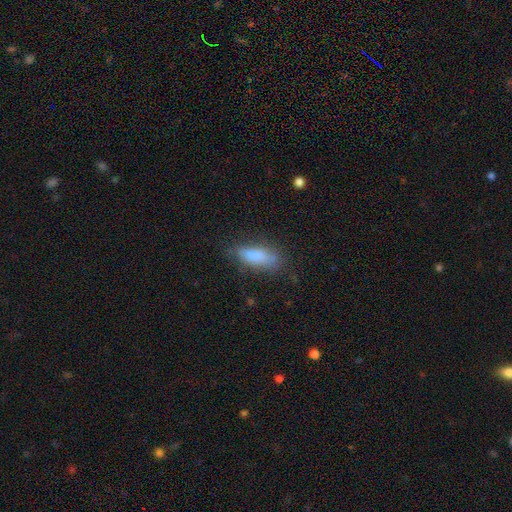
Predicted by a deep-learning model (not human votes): A smooth galaxy with no disk features (78%) that is in between round and cigar-shaped (63%). Merging: none (65%).